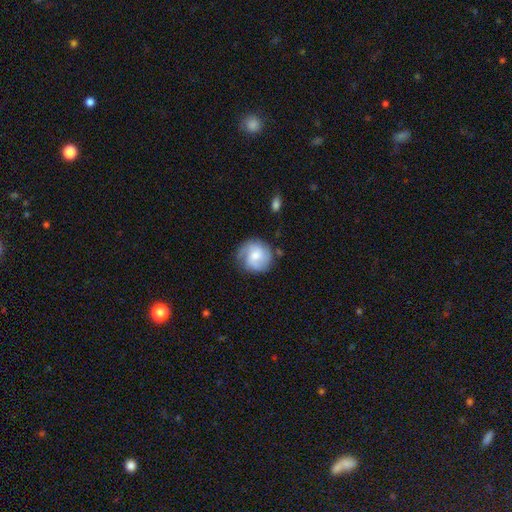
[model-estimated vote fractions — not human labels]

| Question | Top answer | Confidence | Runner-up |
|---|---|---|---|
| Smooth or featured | featured or disk | 53% | smooth (40%) |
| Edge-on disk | no | 98% | yes (2%) |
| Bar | no | 61% | weak (34%) |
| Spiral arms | yes | 89% | no (11%) |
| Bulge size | moderate | 49% | small (36%) |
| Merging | none | 71% | minor disturbance (20%) |